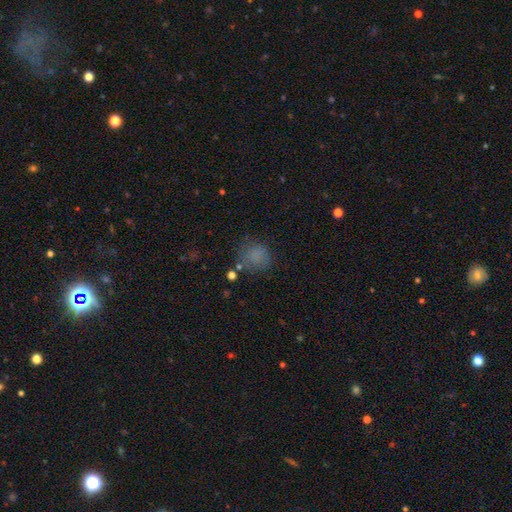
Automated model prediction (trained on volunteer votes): Smooth or featured?
  - smooth: 76% *
  - star or artifact: 15%
  - featured or disk: 9%
How rounded?
  - round: 81% *
  - in between: 18%
  - cigar-shaped: 1%
Merging?
  - none: 67% *
  - minor disturbance: 20%
  - major disturbance: 9%
  - merger: 4%